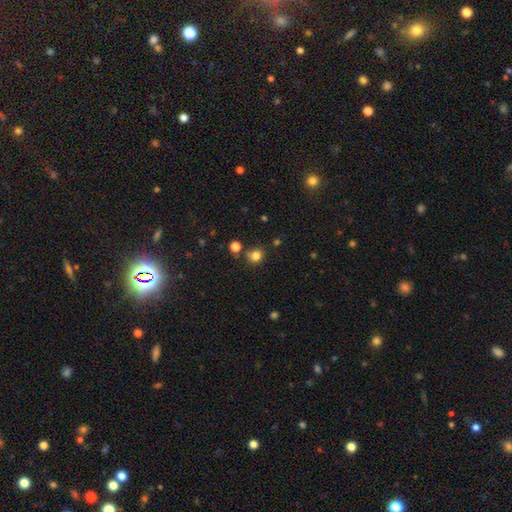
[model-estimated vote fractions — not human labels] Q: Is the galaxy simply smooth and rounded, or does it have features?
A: smooth — 80%.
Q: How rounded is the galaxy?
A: round — 81%.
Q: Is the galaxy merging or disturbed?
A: none — 74%.